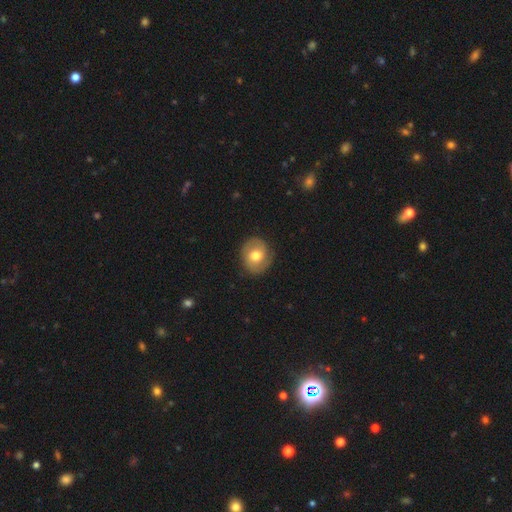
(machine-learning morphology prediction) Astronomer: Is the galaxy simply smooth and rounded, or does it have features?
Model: smooth — 50% (runner-up: featured or disk, 42%).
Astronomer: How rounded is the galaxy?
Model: round — 75%.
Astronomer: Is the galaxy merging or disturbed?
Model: none — 84%.